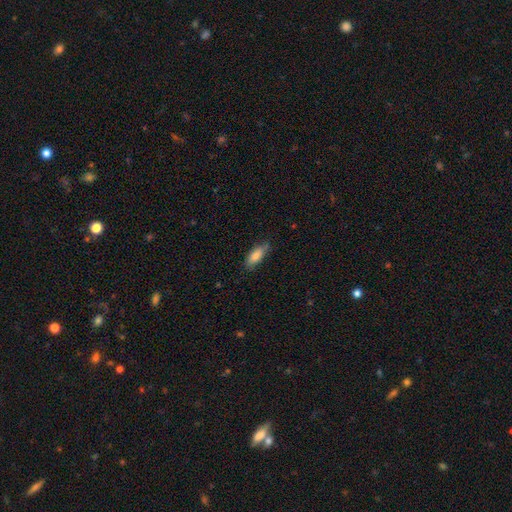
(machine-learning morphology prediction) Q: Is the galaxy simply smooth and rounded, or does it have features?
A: smooth — 81%.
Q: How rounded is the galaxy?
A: in between — 70%.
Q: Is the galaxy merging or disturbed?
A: none — 73%.